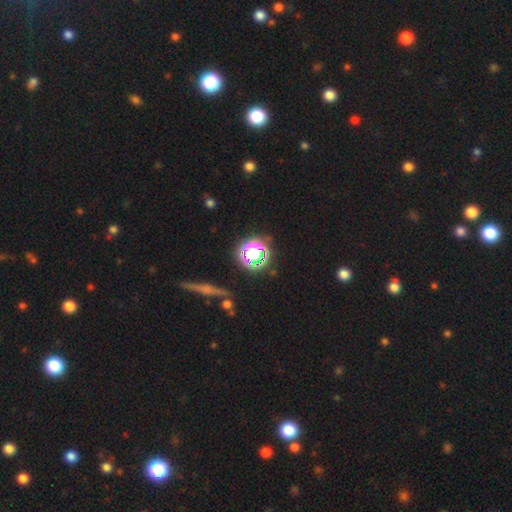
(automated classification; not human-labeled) smooth_or_featured: star or artifact (p=0.59) [alt: smooth p=0.29]